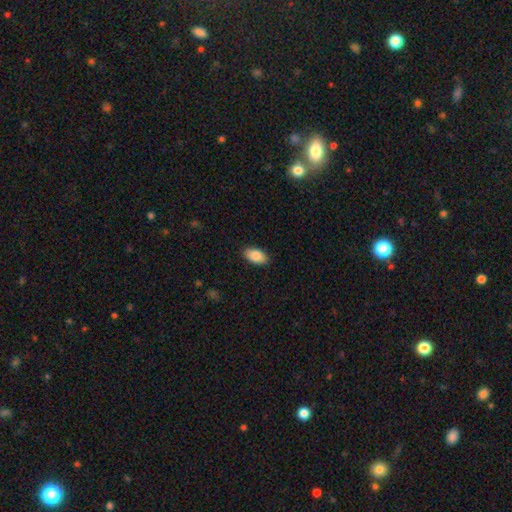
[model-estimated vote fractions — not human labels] A smooth galaxy with no disk features (87%) that is in between round and cigar-shaped (94%).

Vote fractions:
- Smooth or featured? smooth: 87% / featured or disk: 7% / star or artifact: 7%
- How rounded? in between: 94% / round: 4% / cigar-shaped: 2%
- Merging? none: 89% / minor disturbance: 8% / major disturbance: 2% / merger: 1%